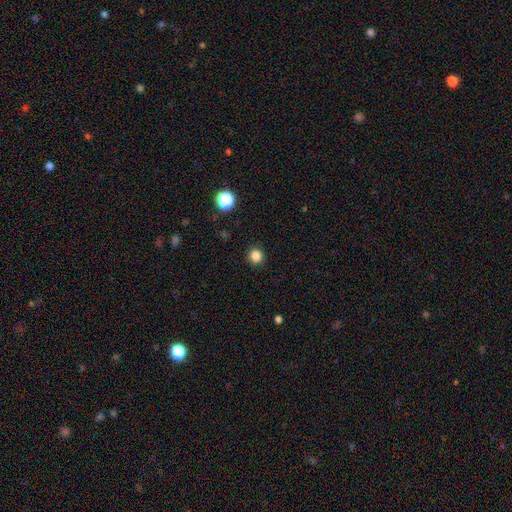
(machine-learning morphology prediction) Smooth or featured? Predicted: smooth (p=0.84). How rounded? Predicted: round (p=0.89). Merging? Predicted: none (p=0.91).